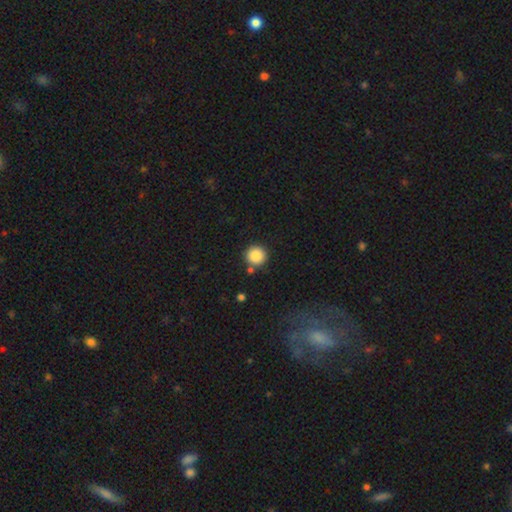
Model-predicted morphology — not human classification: A smooth galaxy with no disk features (88%) that is round (95%). Merging: none (84%).